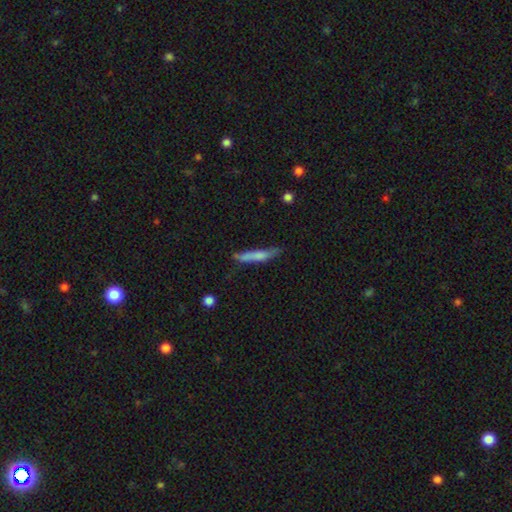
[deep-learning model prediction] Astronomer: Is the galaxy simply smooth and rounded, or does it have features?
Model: smooth — 64%.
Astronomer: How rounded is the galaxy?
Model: cigar-shaped — 92%.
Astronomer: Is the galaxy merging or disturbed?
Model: none — 67%.